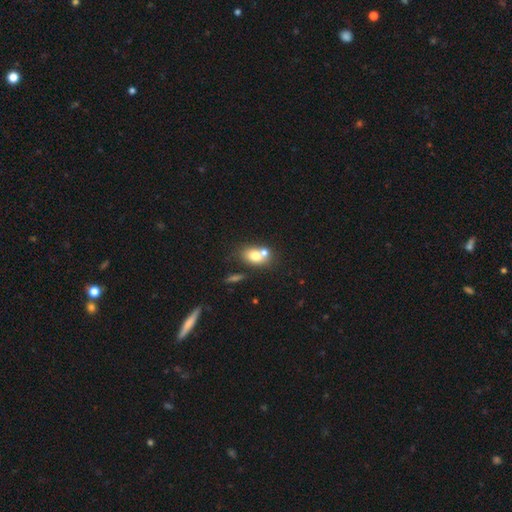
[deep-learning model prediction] Q: Smooth or featured?
A: smooth (71%); runner-up: featured or disk (18%)
Q: How rounded?
A: in between (64%); runner-up: round (34%)
Q: Merging?
A: merger (46%); runner-up: none (41%)